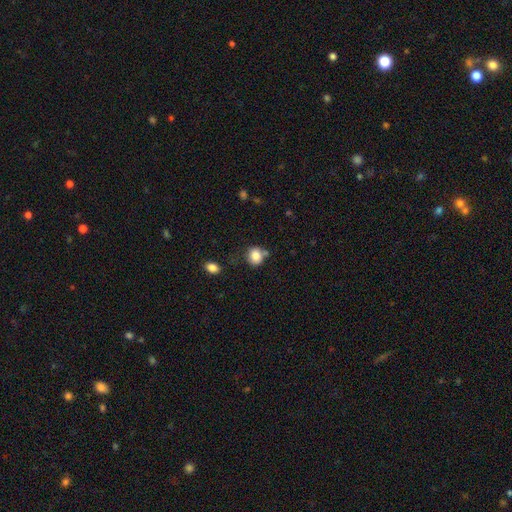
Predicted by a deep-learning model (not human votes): A smooth galaxy with no disk features (83%) that is round (75%).

Vote fractions:
- Smooth or featured? smooth: 83% / star or artifact: 10% / featured or disk: 8%
- How rounded? round: 75% / in between: 24% / cigar-shaped: 1%
- Merging? none: 60% / minor disturbance: 20% / merger: 14% / major disturbance: 6%